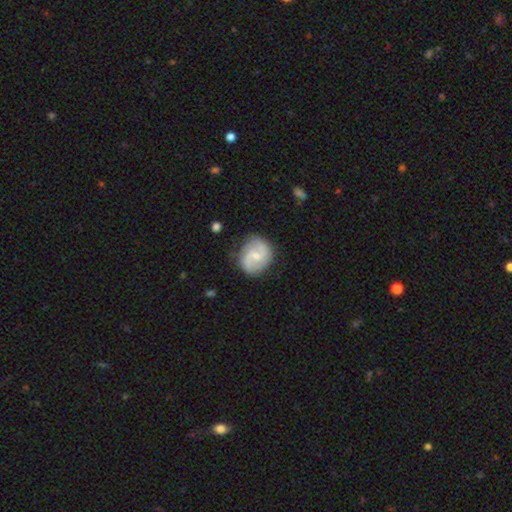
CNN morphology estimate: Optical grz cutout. It shows a featured or disk galaxy (77%) with a weak bar (53%), 2 (90%) medium (47%) spiral arms (94%) and a small central bulge (61%). Merging: none (79%).